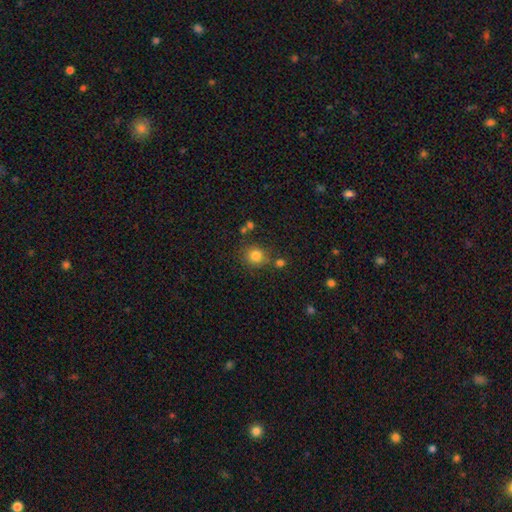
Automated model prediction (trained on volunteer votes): This appears to be a smooth galaxy with no disk features (82%) that is round (85%). Merging: none (75%).